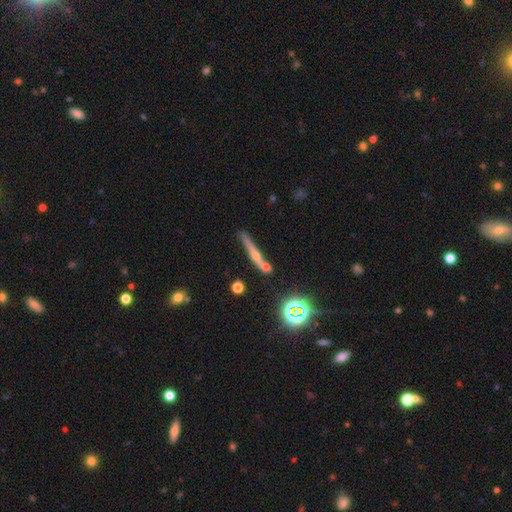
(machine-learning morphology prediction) Overall: featured or disk (56%; smooth 29%). Edge-on disk: yes (92%). Edge-on bulge: rounded (77%). Merging: none (66%).